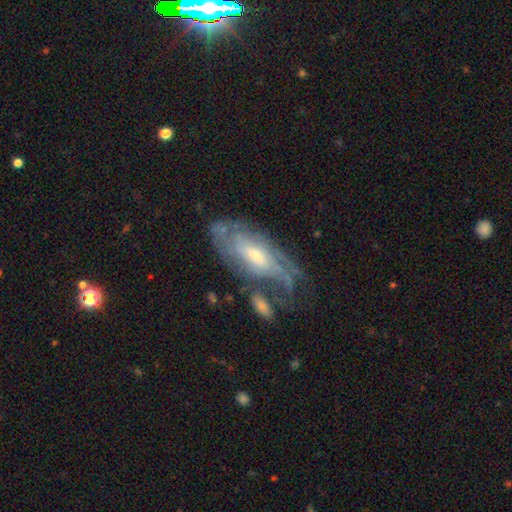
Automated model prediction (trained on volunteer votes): featured or disk 78%, smooth 16%, star or artifact 6%. Down the decision tree: edge-on disk — no (90%); bar — no (51%); spiral arms — yes (87%); spiral arm count — can't tell (53%); spiral winding — tight (53%); bulge size — moderate (47%); merging — none (49%).